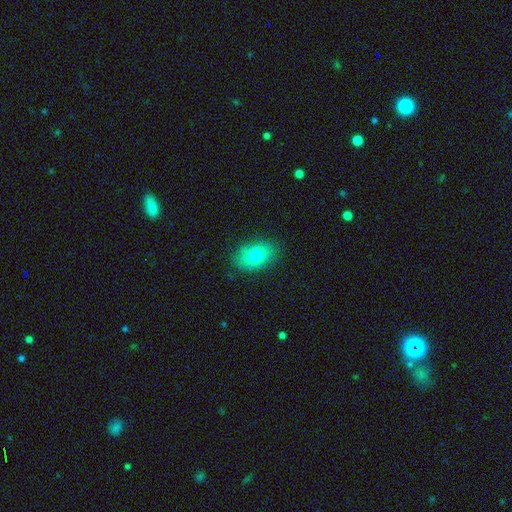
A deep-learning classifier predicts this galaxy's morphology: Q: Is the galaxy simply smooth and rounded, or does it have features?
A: smooth — 81%.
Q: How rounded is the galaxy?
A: in between — 86%.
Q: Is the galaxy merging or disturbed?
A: none — 85%.